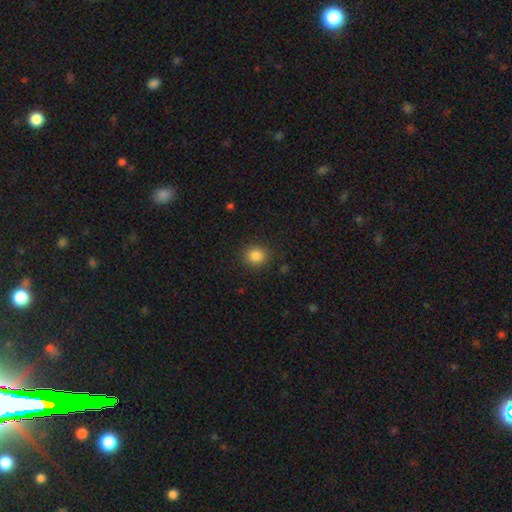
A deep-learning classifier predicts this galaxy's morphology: smooth 85%, star or artifact 11%, featured or disk 5%. Down the decision tree: how rounded — round (80%); merging — none (89%).